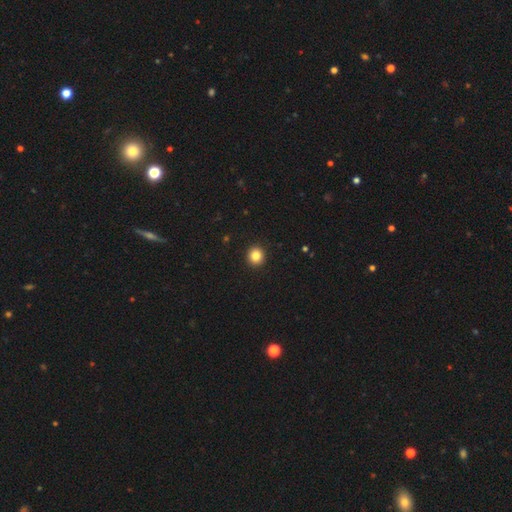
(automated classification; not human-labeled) The model was most divided on "smooth or featured": smooth: 84%, star or artifact: 11%, featured or disk: 5%. More confident: merging — none (94%); how rounded — round (92%).